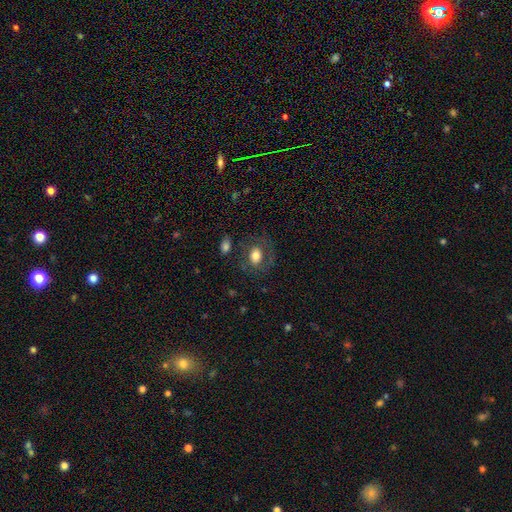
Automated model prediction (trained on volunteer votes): The model was most divided on "how rounded": in between: 62%, round: 37%, cigar-shaped: 1%. More confident: merging — none (69%); smooth or featured — smooth (64%).